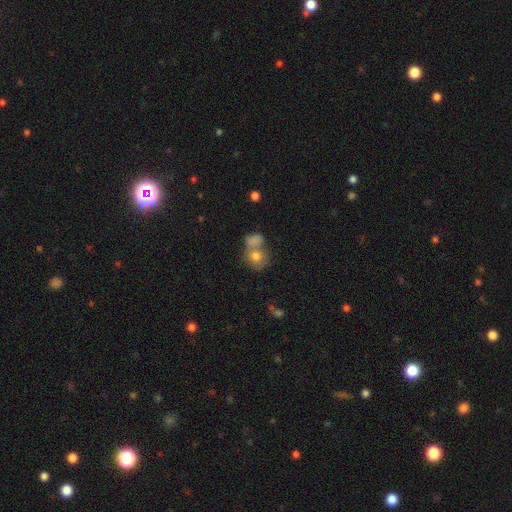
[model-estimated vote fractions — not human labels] The model was most divided on "merging": merger: 46%, none: 39%, minor disturbance: 10%, major disturbance: 5%. More confident: smooth or featured — smooth (74%); how rounded — round (73%).